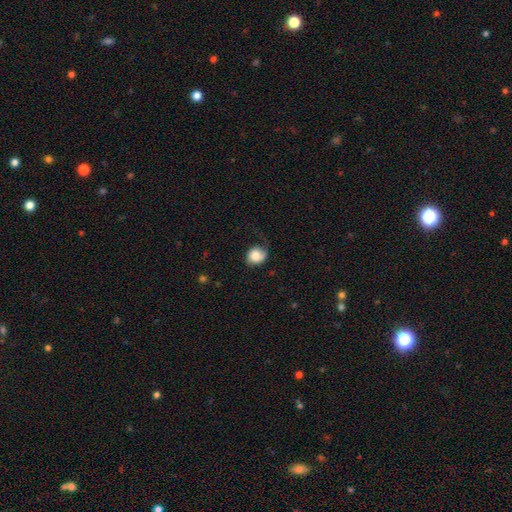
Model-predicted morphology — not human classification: This appears to be a smooth galaxy with no disk features (68%) that is round (63%). Merging: none (48%).